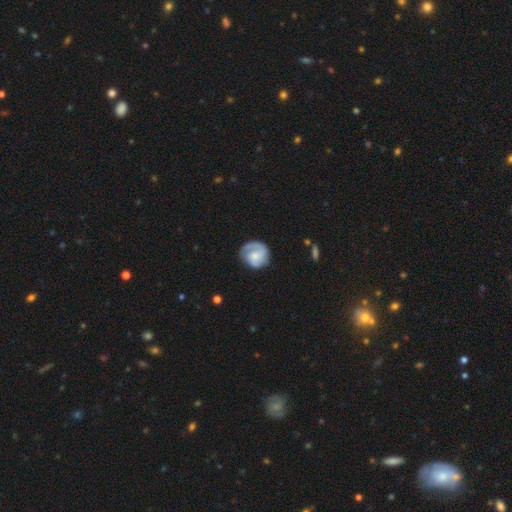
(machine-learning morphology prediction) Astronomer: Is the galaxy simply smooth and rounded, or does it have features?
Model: featured or disk — 66%.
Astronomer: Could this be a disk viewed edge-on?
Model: no — 98%.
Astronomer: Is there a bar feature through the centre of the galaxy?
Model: no — 66%.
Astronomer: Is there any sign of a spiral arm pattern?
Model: yes — 91%.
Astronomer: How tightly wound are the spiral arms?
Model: tight — 50% (runner-up: medium, 34%).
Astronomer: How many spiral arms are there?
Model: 1 — 50% (runner-up: 2, 34%).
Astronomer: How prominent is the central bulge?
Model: small — 46% (runner-up: moderate, 35%).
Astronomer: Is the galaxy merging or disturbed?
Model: none — 67%.